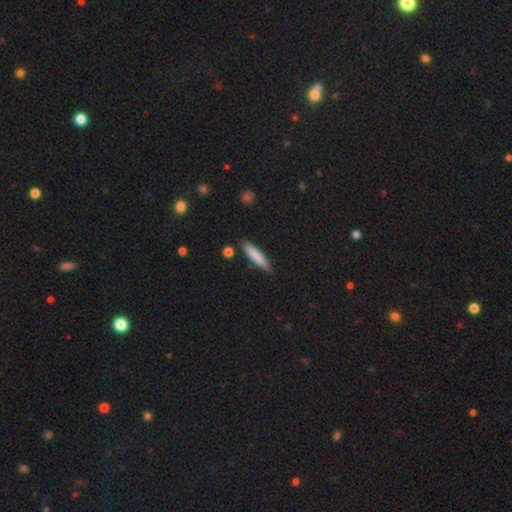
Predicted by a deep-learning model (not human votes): A smooth galaxy with no disk features (82%) that is cigar-shaped (85%). Merging: none (85%).